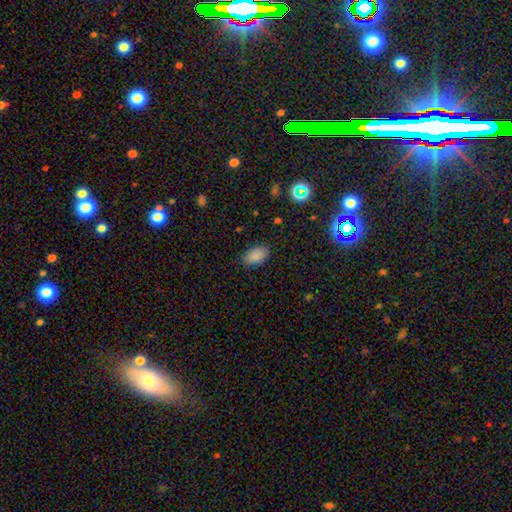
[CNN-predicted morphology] A smooth galaxy with no disk features (86%) that is in between round and cigar-shaped (92%). Merging: none (85%).